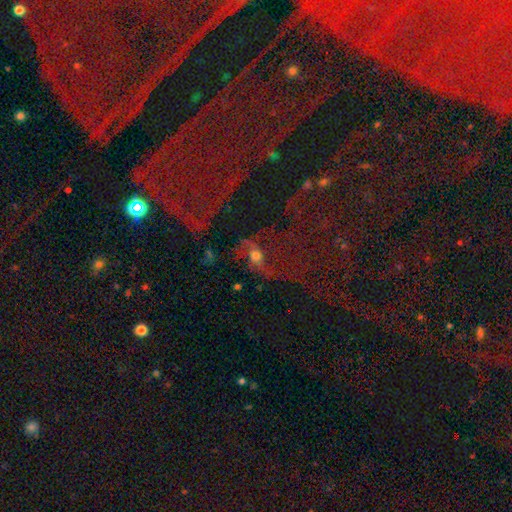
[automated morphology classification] Smooth or featured? Predicted: featured or disk (p=0.61). Edge-on disk? Predicted: no (p=0.91). Bar? Predicted: no (p=0.63). Spiral arms? Predicted: yes (p=0.82). Bulge size? Predicted: moderate (p=0.57). Merging? Predicted: none (p=0.50).